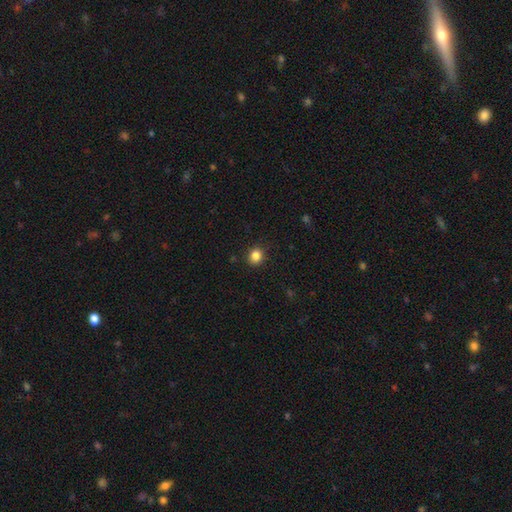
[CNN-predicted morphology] A smooth galaxy with no disk features (85%) that is round (77%). Merging: none (90%).